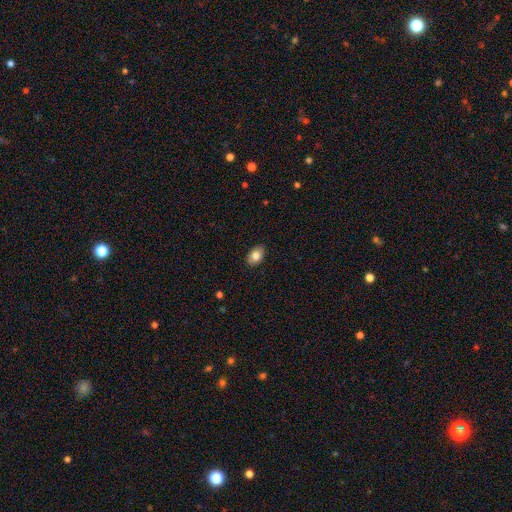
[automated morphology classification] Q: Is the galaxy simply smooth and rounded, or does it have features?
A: smooth — 81%.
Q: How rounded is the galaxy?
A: in between — 86%.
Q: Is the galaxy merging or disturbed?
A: none — 88%.